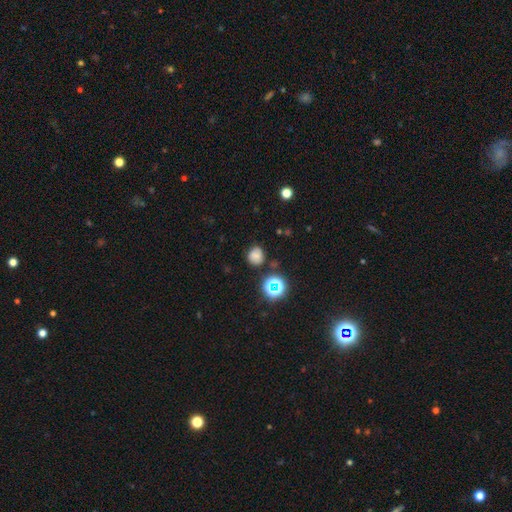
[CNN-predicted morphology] Smooth or featured? smooth (72%)
How rounded? round (83%)
Merging? none (76%)